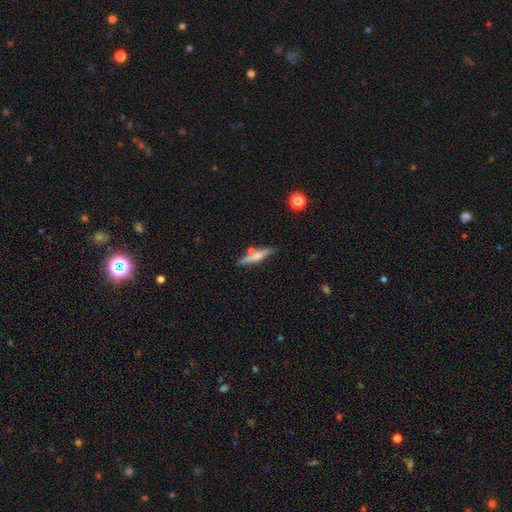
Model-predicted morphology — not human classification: Q: Smooth or featured?
A: smooth (54%); runner-up: featured or disk (40%)
Q: How rounded?
A: cigar-shaped (84%); runner-up: in between (14%)
Q: Merging?
A: none (68%); runner-up: minor disturbance (14%)